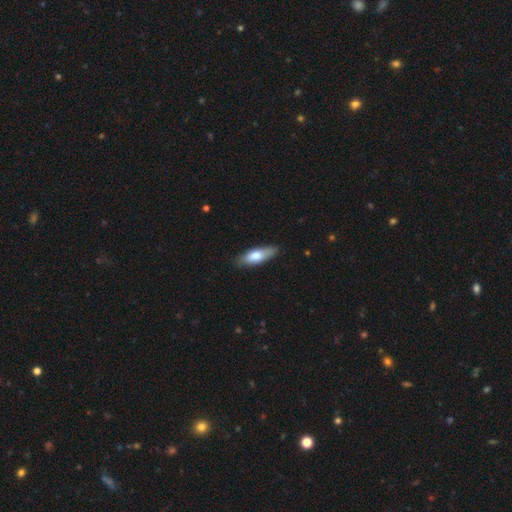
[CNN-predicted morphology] smooth 70%, featured or disk 25%, star or artifact 5%. Down the decision tree: how rounded — in between (55%); merging — none (84%).